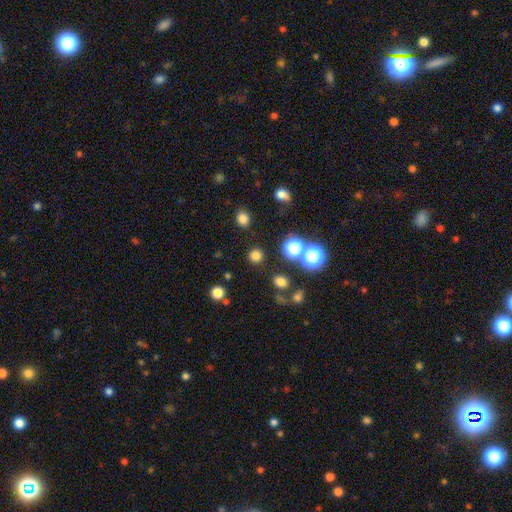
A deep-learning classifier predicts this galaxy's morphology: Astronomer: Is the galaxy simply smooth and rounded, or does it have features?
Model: smooth — 74%.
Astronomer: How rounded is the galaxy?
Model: round — 91%.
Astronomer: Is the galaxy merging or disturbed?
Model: none — 85%.